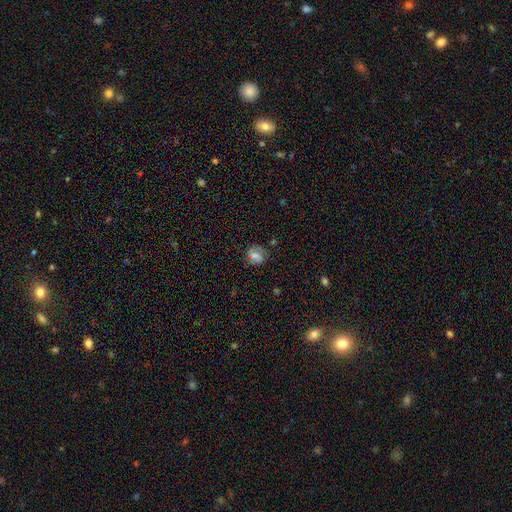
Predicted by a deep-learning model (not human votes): Smooth or featured: smooth — 53% (featured or disk — 32%)
How rounded: round — 79% (in between — 19%)
Merging: none — 75% (minor disturbance — 16%)